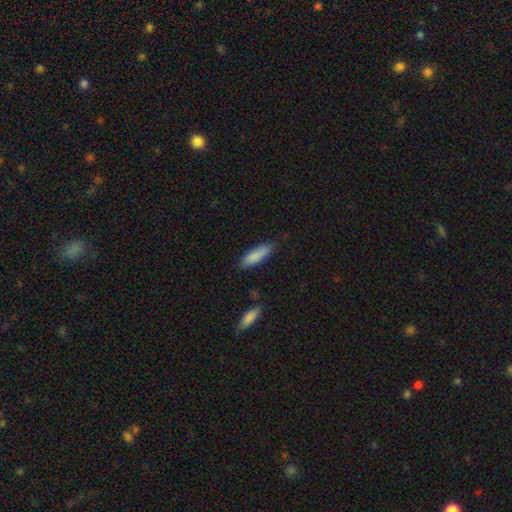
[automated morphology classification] This is clearly a smooth galaxy (86%). How rounded: possibly cigar-shaped (52%). Merging: clearly none (80%).